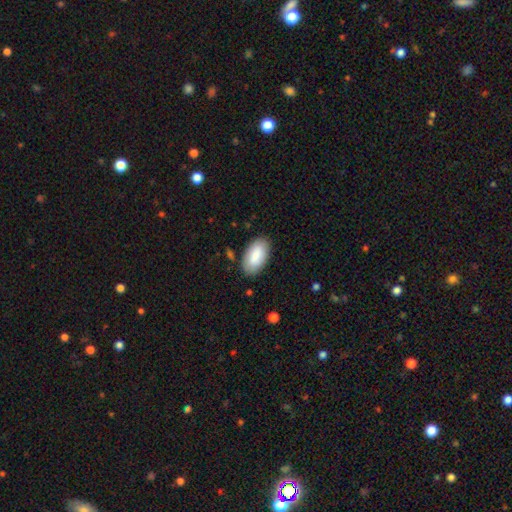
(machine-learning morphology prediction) Overall: smooth (86%). How rounded: in between (96%). Merging: none (85%).